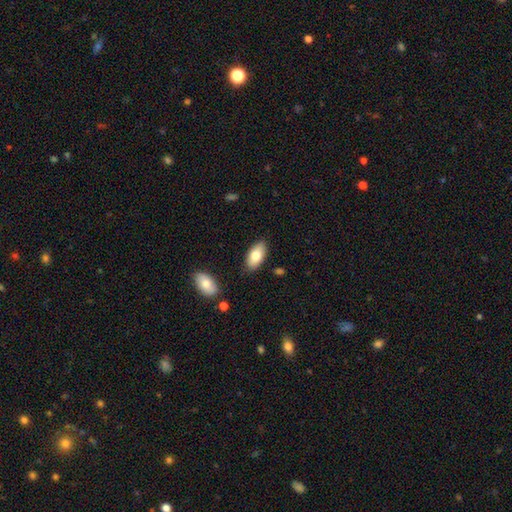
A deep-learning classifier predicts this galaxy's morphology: A smooth galaxy with no disk features (79%) that is in between round and cigar-shaped (93%). Merging: none (85%).